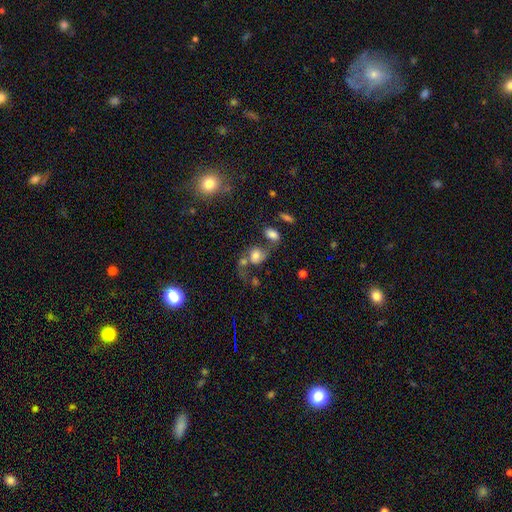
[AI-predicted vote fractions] Smooth or featured? Predicted: smooth (p=0.45). Merging? Predicted: merger (p=0.40).